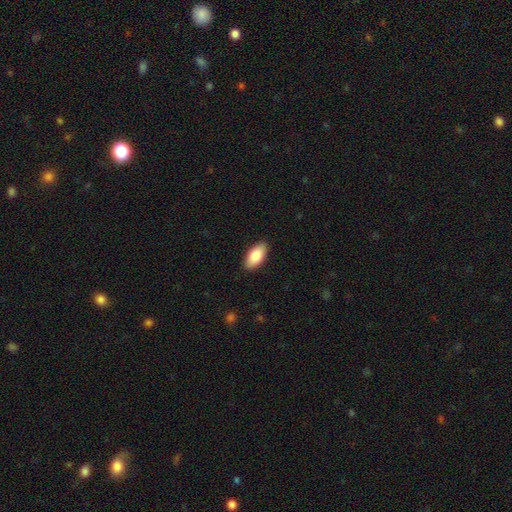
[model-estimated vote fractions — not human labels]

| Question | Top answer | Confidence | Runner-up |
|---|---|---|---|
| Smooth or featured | smooth | 85% | featured or disk (9%) |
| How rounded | in between | 93% | cigar-shaped (5%) |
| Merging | none | 89% | minor disturbance (8%) |